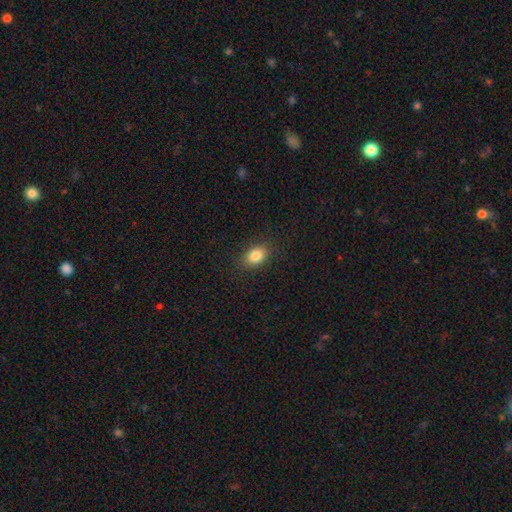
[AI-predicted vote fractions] Overall: smooth (84%). How rounded: in between (76%). Merging: none (87%).